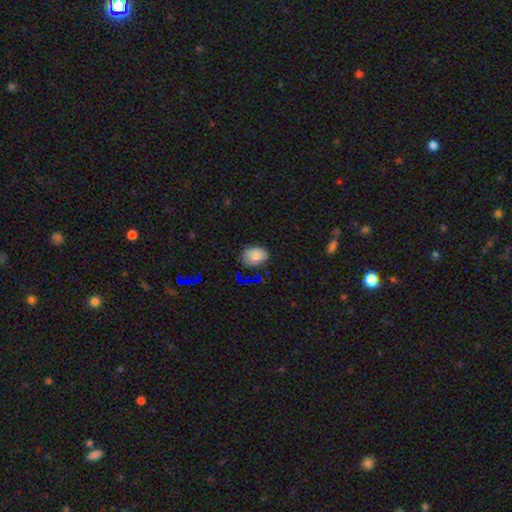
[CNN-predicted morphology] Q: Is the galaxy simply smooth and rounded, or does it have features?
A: smooth — 79%.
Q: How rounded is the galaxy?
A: in between — 68%.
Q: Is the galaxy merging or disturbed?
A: none — 75%.